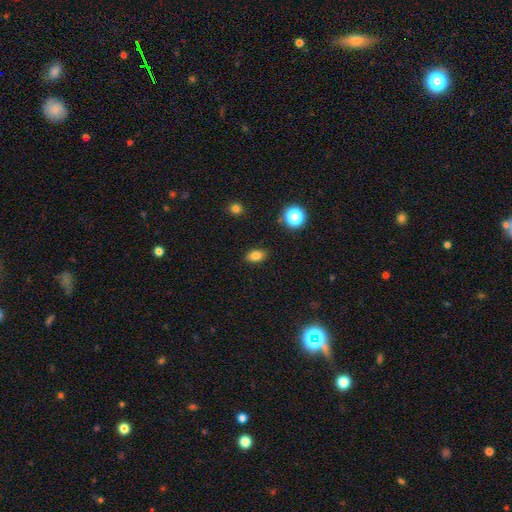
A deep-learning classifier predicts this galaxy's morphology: Smooth or featured? Predicted: smooth (p=0.80). How rounded? Predicted: in between (p=0.82). Merging? Predicted: none (p=0.88).